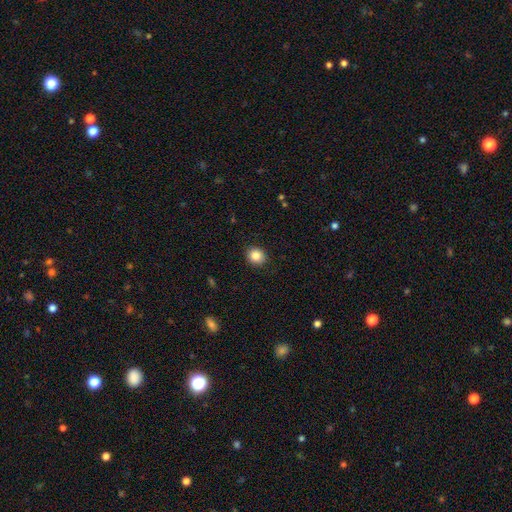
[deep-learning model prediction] A smooth galaxy with no disk features (85%) that is round (73%). Merging: none (90%).